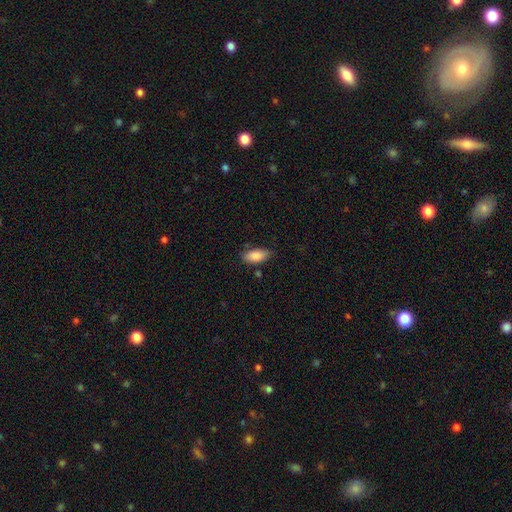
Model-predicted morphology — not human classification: Smooth or featured? Predicted: smooth (p=0.88). How rounded? Predicted: in between (p=0.88). Merging? Predicted: none (p=0.76).